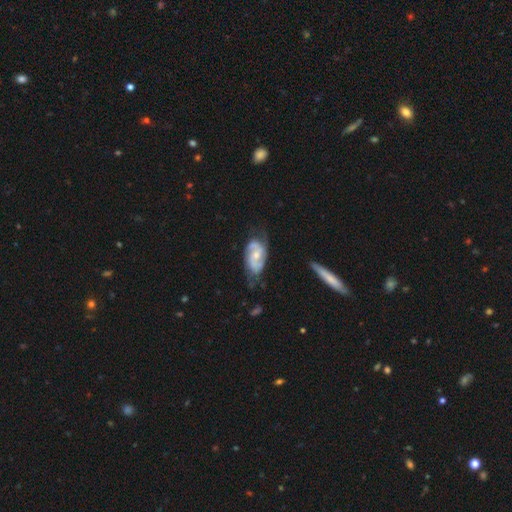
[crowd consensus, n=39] Smooth or featured: featured or disk — 74% (smooth — 18%)
Edge-on disk: no — 97% (yes — 3%)
Bar: weak — 50% (no — 43%)
Spiral arms: yes — 89% (no — 11%)
Spiral winding: medium — 60% (loose — 24%)
Spiral arm count: 2 — 100%
Bulge size: moderate — 54% (small — 46%)
Merging: none — 53% (minor disturbance — 33%)